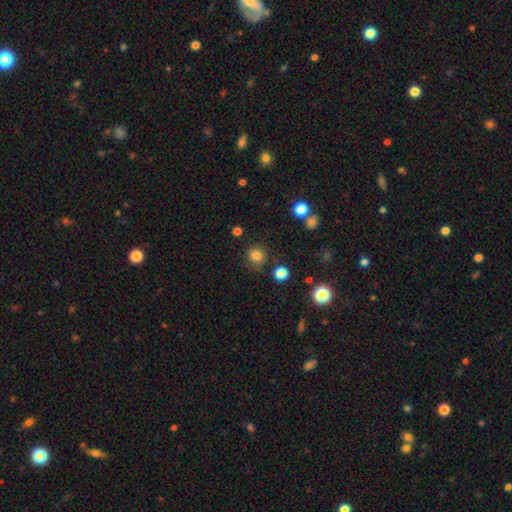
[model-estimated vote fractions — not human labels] A smooth galaxy with no disk features (81%) that is round (89%).

Vote fractions:
- Smooth or featured? smooth: 81% / star or artifact: 14% / featured or disk: 5%
- How rounded? round: 89% / in between: 10% / cigar-shaped: 1%
- Merging? none: 82% / minor disturbance: 12% / major disturbance: 4% / merger: 3%